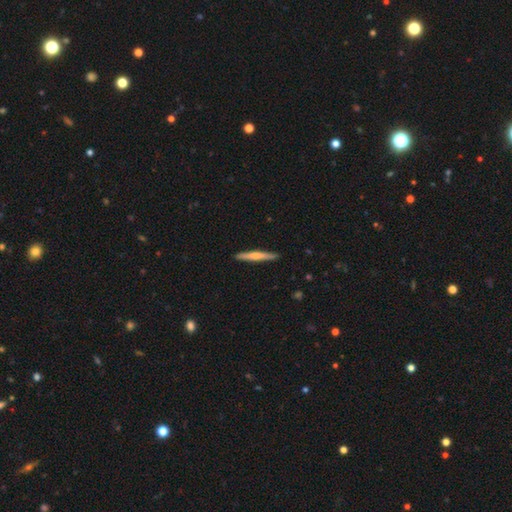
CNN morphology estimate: smooth-or-featured: smooth: 49% | featured or disk: 45% | star or artifact: 5%
  merging: none: 91% | minor disturbance: 7% | major disturbance: 1% | merger: 1%